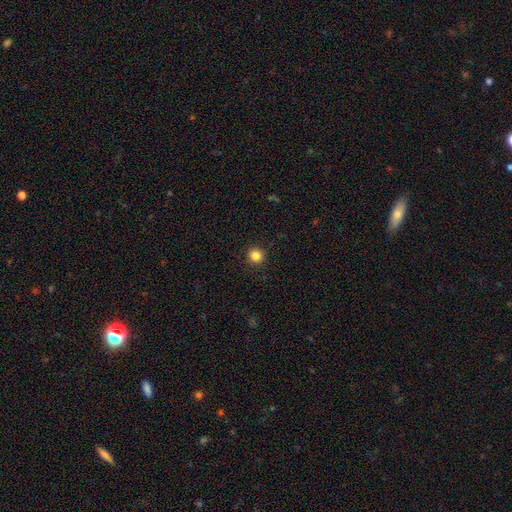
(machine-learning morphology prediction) This appears to be a smooth galaxy with no disk features (84%) that is round (95%). Merging: none (93%).